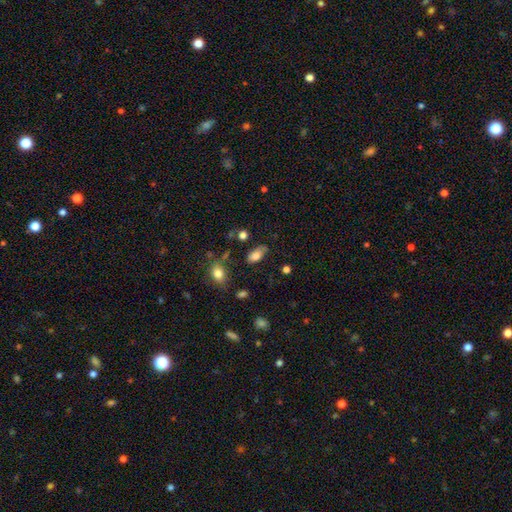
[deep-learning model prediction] smooth_or_featured: smooth (p=0.80) [alt: featured or disk p=0.12]
how_rounded: in between (p=0.91) [alt: cigar-shaped p=0.05]
merging: none (p=0.68) [alt: minor disturbance p=0.22]